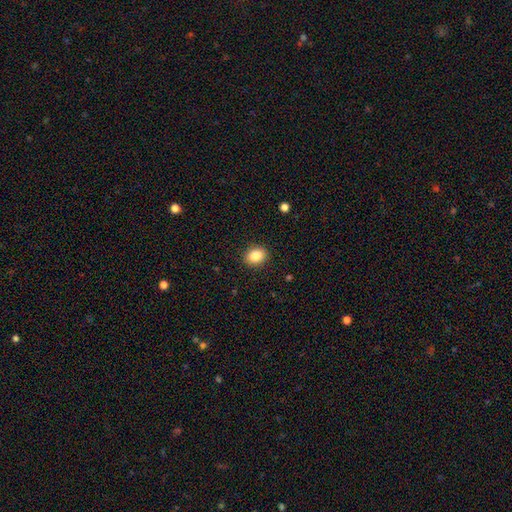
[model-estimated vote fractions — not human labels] Q: Smooth or featured?
A: smooth (85%); runner-up: star or artifact (9%)
Q: How rounded?
A: in between (55%); runner-up: round (44%)
Q: Merging?
A: none (90%); runner-up: minor disturbance (7%)